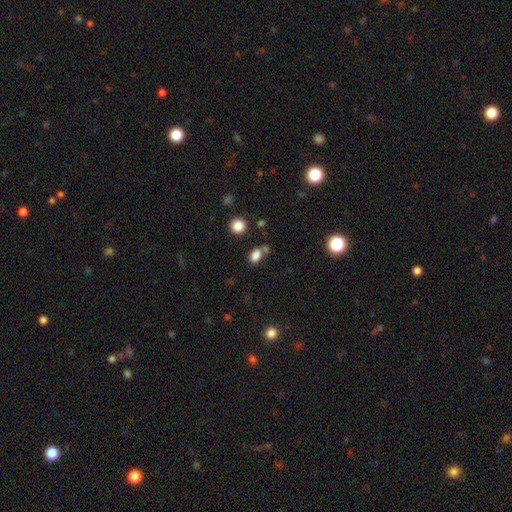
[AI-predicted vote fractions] smooth 82%, star or artifact 13%, featured or disk 5%. Down the decision tree: how rounded — in between (79%); merging — none (59%).